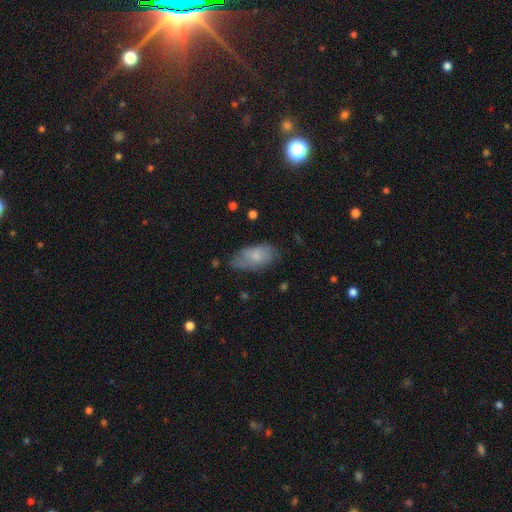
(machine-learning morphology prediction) This is likely a smooth galaxy (71%). How rounded: clearly in between (92%). Merging: likely none (66%).